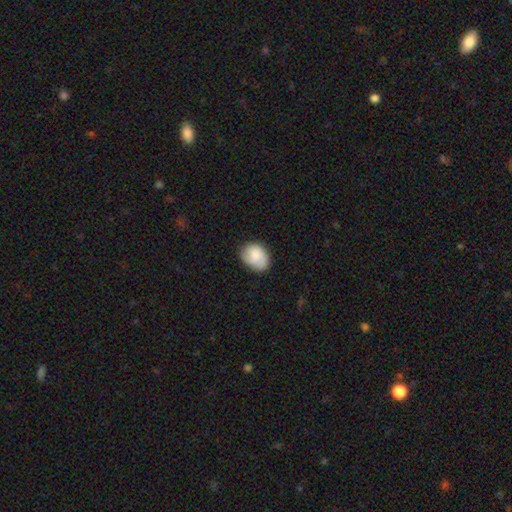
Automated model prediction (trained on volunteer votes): smooth_or_featured: smooth (p=0.75) [alt: featured or disk p=0.18]
how_rounded: in between (p=0.67) [alt: round p=0.32]
merging: none (p=0.71) [alt: minor disturbance p=0.23]